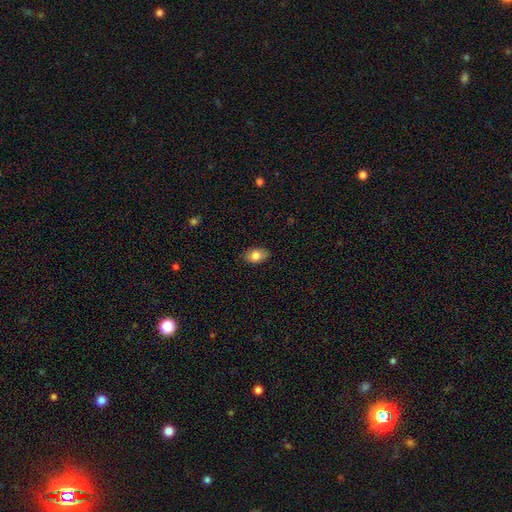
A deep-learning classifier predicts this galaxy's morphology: This appears to be a smooth galaxy with no disk features (83%) that is in between round and cigar-shaped (88%). Merging: none (85%).